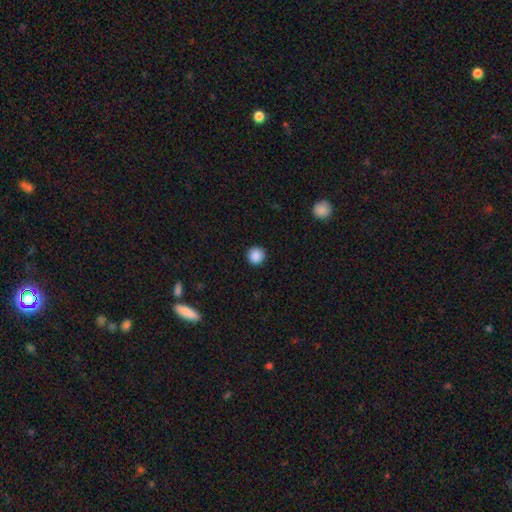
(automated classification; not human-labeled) smooth-or-featured: smooth: 89% | star or artifact: 9% | featured or disk: 2%
  how-rounded: round: 95% | in between: 4% | cigar-shaped: 1%
  merging: none: 92% | minor disturbance: 5% | major disturbance: 2% | merger: 1%